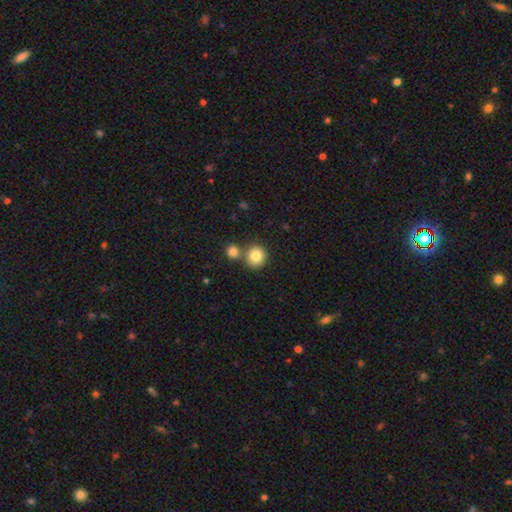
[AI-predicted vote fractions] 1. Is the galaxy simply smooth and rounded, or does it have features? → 83% smooth, 10% star or artifact, 7% featured or disk.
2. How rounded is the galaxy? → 89% round, 10% in between, 1% cigar-shaped.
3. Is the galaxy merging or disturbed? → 64% none, 26% merger, 8% minor disturbance, 3% major disturbance.